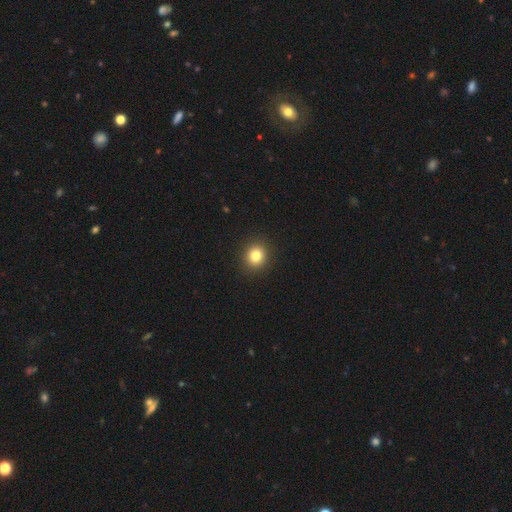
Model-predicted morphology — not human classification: The model was most divided on "smooth or featured": smooth: 82%, star or artifact: 12%, featured or disk: 7%. More confident: merging — none (92%); how rounded — round (85%).